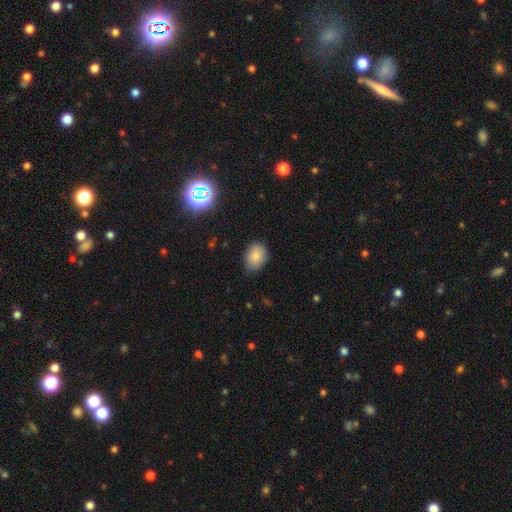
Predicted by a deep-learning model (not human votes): Q: Smooth or featured?
A: smooth (83%); runner-up: star or artifact (10%)
Q: How rounded?
A: in between (69%); runner-up: round (30%)
Q: Merging?
A: none (80%); runner-up: minor disturbance (17%)